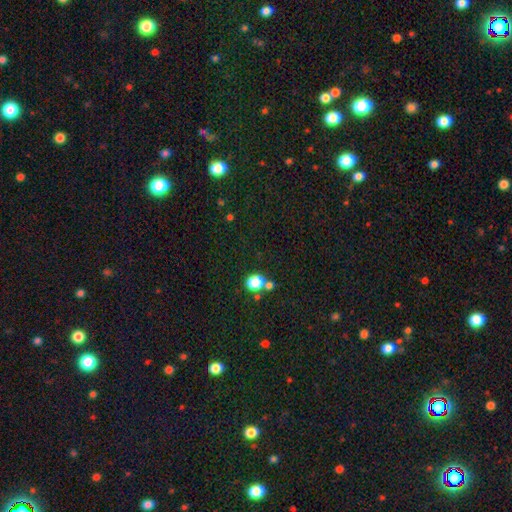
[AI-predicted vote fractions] Q: Smooth or featured?
A: star or artifact (66%); runner-up: smooth (26%)